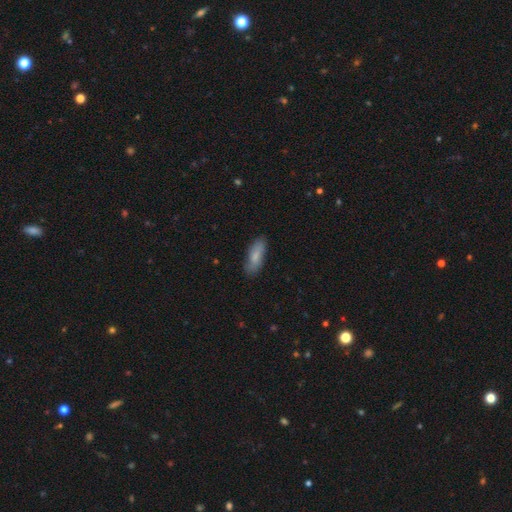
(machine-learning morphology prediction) Q: Smooth or featured?
A: smooth (80%); runner-up: featured or disk (15%)
Q: How rounded?
A: in between (62%); runner-up: cigar-shaped (36%)
Q: Merging?
A: none (82%); runner-up: minor disturbance (14%)